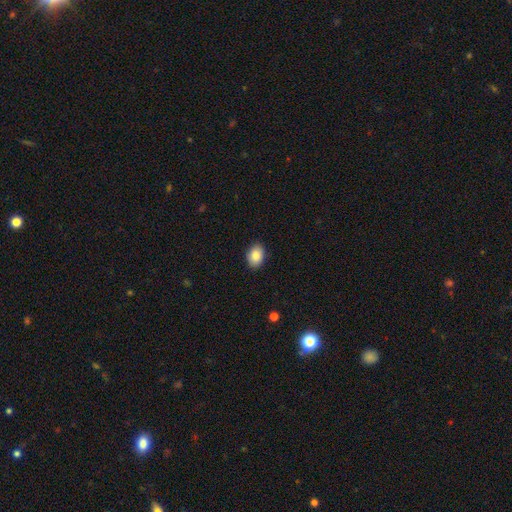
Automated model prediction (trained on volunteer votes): Smooth or featured: smooth — 87% (star or artifact — 7%)
How rounded: in between — 78% (round — 21%)
Merging: none — 89% (minor disturbance — 9%)